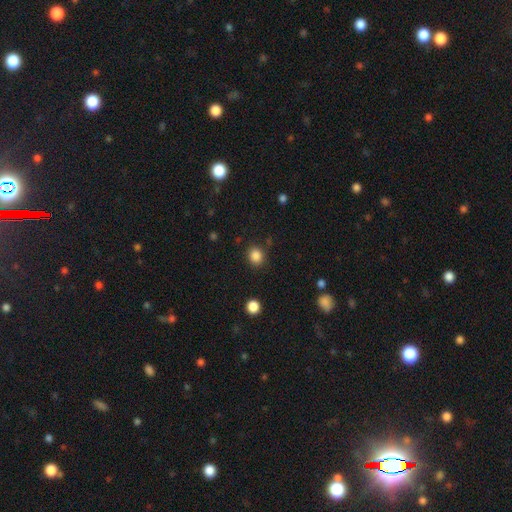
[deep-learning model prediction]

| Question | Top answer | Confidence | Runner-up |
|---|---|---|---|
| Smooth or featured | smooth | 85% | star or artifact (11%) |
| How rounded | round | 80% | in between (20%) |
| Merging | none | 87% | minor disturbance (8%) |